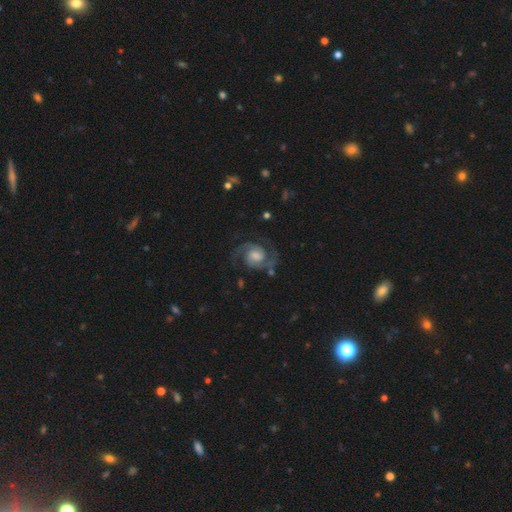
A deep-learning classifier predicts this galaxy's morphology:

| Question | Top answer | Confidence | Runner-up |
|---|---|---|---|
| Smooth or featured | featured or disk | 91% | star or artifact (5%) |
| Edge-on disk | no | 98% | yes (2%) |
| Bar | no | 46% | weak (44%) |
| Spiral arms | yes | 98% | no (2%) |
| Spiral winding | medium | 58% | tight (28%) |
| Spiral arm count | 2 | 93% | can't tell (2%) |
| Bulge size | moderate | 39% | small (22%) |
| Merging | none | 77% | minor disturbance (14%) |